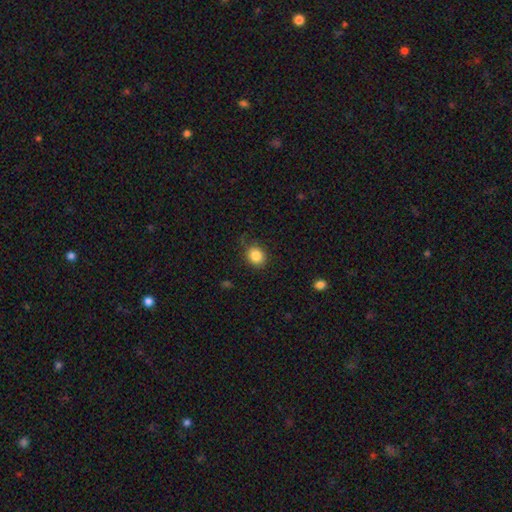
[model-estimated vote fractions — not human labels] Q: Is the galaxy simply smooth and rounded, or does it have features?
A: smooth — 84%.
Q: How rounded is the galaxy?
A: round — 69%.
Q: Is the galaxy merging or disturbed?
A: none — 80%.